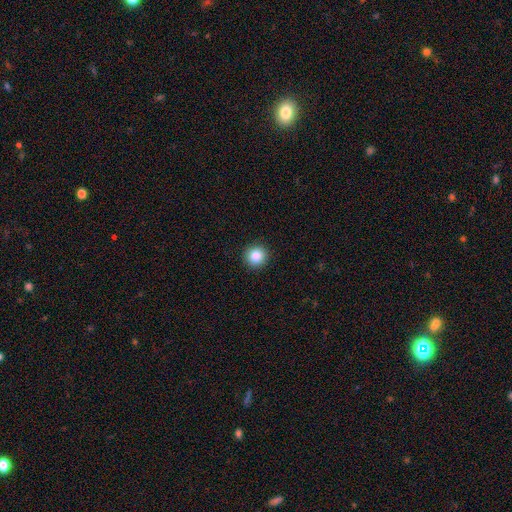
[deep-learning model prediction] Morphology: type=smooth (86%); roundness=round (94%); merging=none (93%).